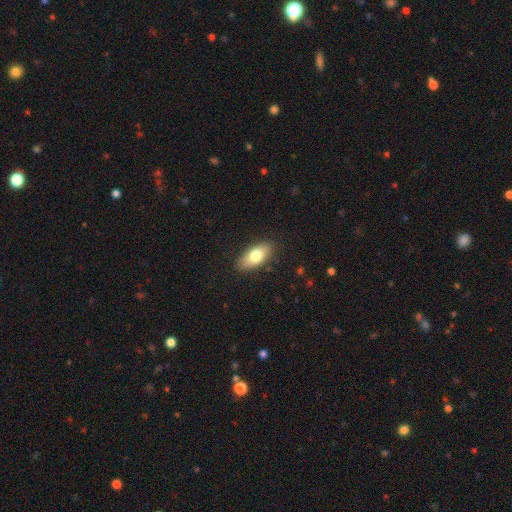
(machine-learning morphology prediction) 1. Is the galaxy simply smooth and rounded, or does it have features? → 77% smooth, 17% featured or disk, 6% star or artifact.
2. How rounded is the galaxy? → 86% in between, 10% cigar-shaped, 3% round.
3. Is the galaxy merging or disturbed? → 86% none, 10% minor disturbance, 2% major disturbance, 1% merger.